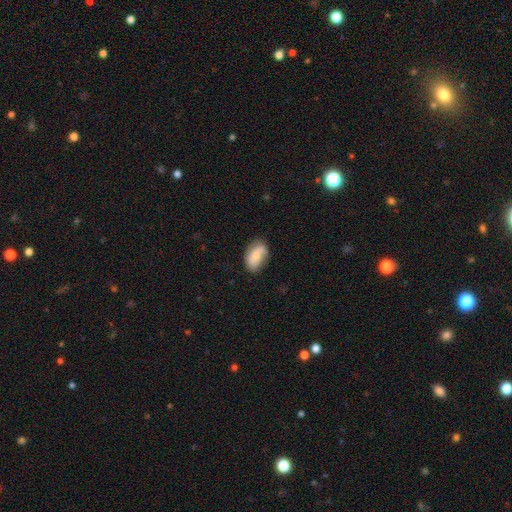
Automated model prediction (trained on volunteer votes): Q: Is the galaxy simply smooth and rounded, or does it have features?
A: smooth — 64%.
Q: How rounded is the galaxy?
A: in between — 91%.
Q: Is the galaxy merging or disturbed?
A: none — 66%.